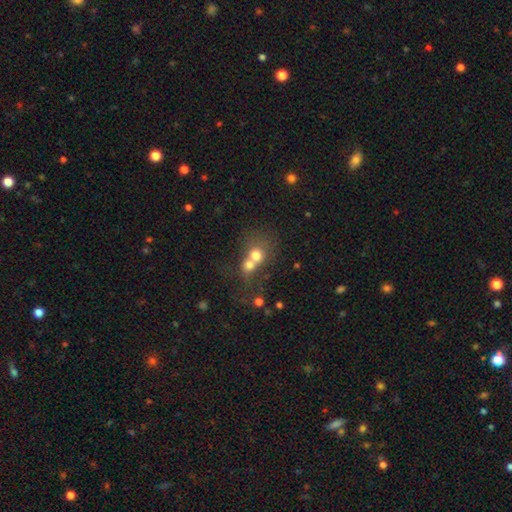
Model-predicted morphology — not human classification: Overall: smooth (67%). How rounded: round (71%). Merging: merger (68%).